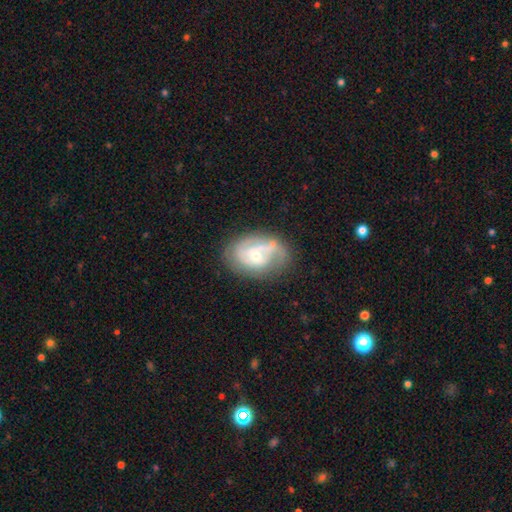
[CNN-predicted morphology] Overall: featured or disk (68%). Edge-on disk: no (97%). Bar: no (60%; weak 33%). Spiral arms: yes (75%). Bulge size: small (50%; moderate 44%). Merging: none (49%; minor disturbance 26%).